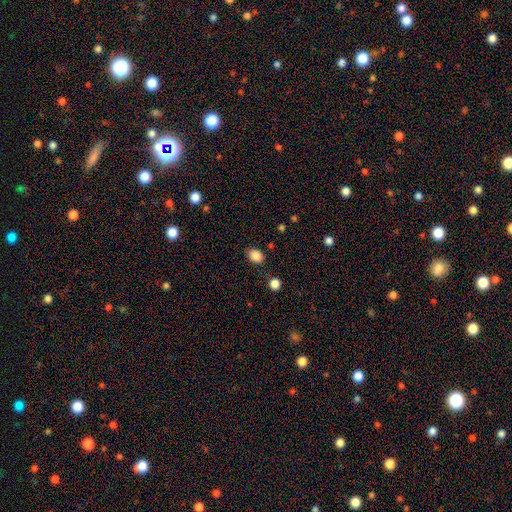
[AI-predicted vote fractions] This is clearly a smooth galaxy (87%). How rounded: likely in between (62%). Merging: clearly none (81%).